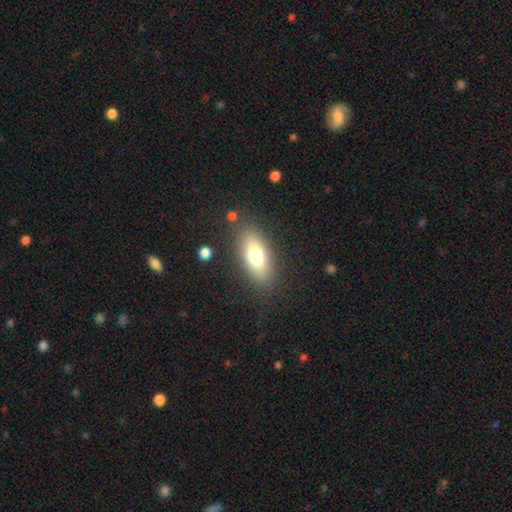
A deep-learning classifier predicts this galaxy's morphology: smooth_or_featured: smooth (p=0.72) [alt: featured or disk p=0.19]
how_rounded: in between (p=0.78) [alt: cigar-shaped p=0.17]
merging: none (p=0.83) [alt: minor disturbance p=0.11]